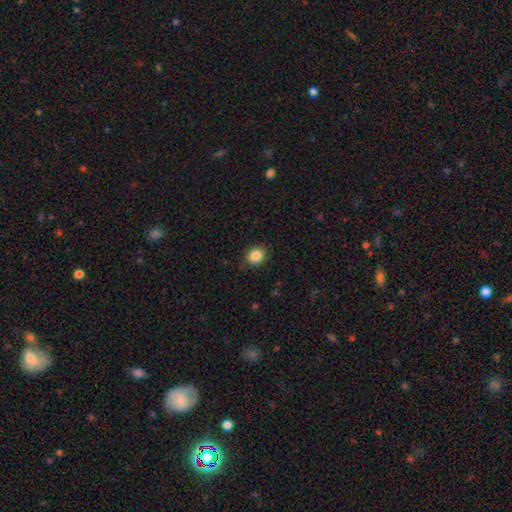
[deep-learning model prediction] The model was most divided on "how rounded": round: 77%, in between: 22%, cigar-shaped: 1%. More confident: merging — none (86%); smooth or featured — smooth (86%).